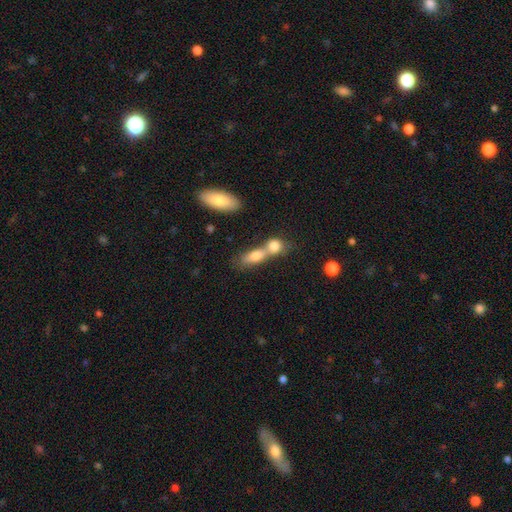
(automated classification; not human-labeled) Smooth or featured? Predicted: smooth (p=0.75). How rounded? Predicted: in between (p=0.62). Merging? Predicted: merger (p=0.67).